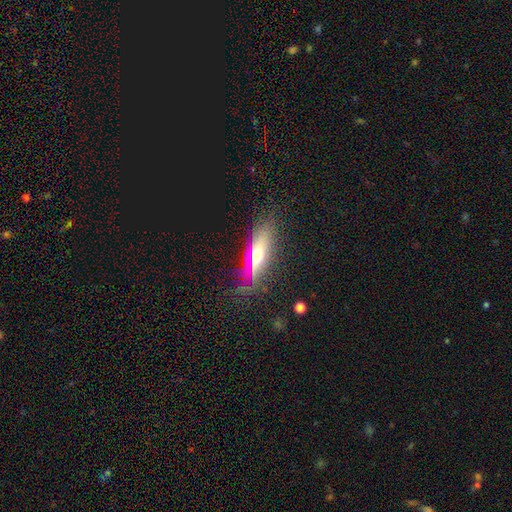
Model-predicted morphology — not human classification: This is possibly a smooth galaxy (49%). Merging: likely none (78%).